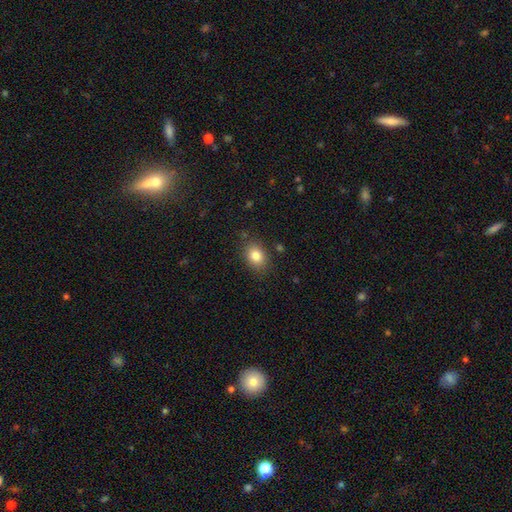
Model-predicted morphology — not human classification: Smooth or featured? Predicted: smooth (p=0.83). How rounded? Predicted: in between (p=0.70). Merging? Predicted: none (p=0.83).